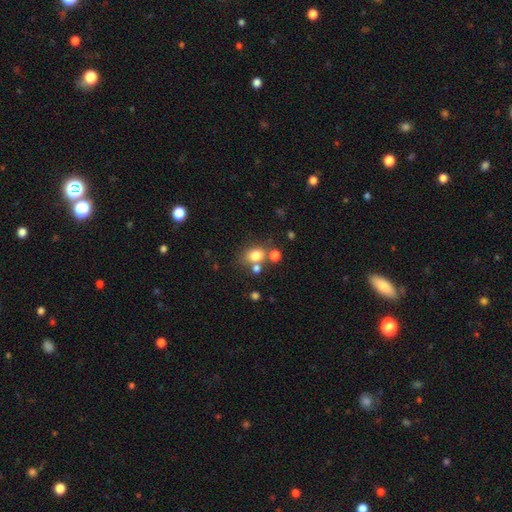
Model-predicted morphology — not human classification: A smooth galaxy with no disk features (77%) that is in between round and cigar-shaped (52%).

Vote fractions:
- Smooth or featured? smooth: 77% / star or artifact: 13% / featured or disk: 10%
- How rounded? in between: 52% / round: 47% / cigar-shaped: 1%
- Merging? none: 56% / merger: 24% / minor disturbance: 13% / major disturbance: 6%